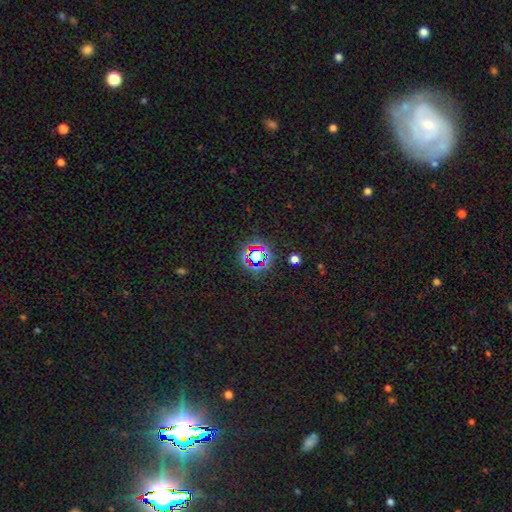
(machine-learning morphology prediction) smooth_or_featured: star or artifact (p=0.68) [alt: smooth p=0.21]